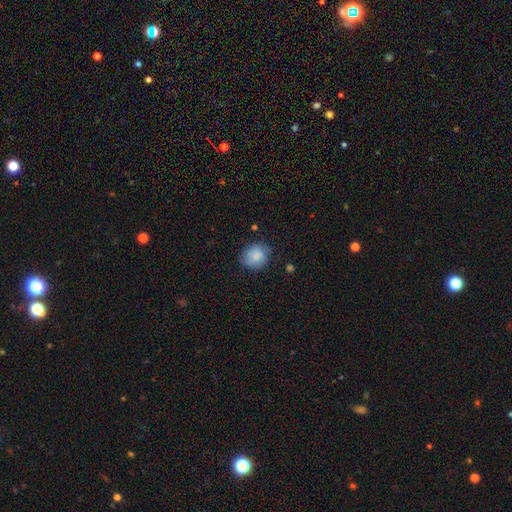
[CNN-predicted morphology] Smooth or featured? smooth (83%)
How rounded? round (73%)
Merging? none (73%)